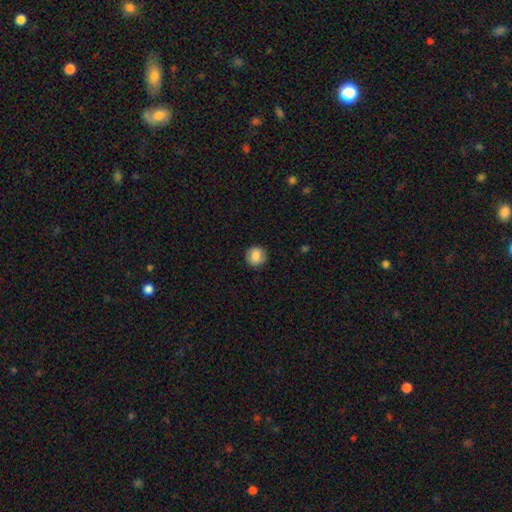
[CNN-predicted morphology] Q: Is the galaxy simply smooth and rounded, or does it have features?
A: smooth — 83%.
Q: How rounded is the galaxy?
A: round — 89%.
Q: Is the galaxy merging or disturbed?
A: none — 88%.